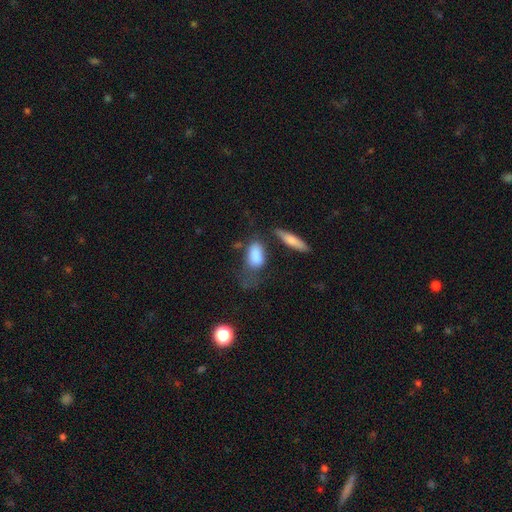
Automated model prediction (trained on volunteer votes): Smooth or featured?
  - smooth: 82% *
  - featured or disk: 11%
  - star or artifact: 8%
How rounded?
  - in between: 87% *
  - cigar-shaped: 7%
  - round: 6%
Merging?
  - none: 35% *
  - minor disturbance: 26%
  - major disturbance: 24%
  - merger: 14%